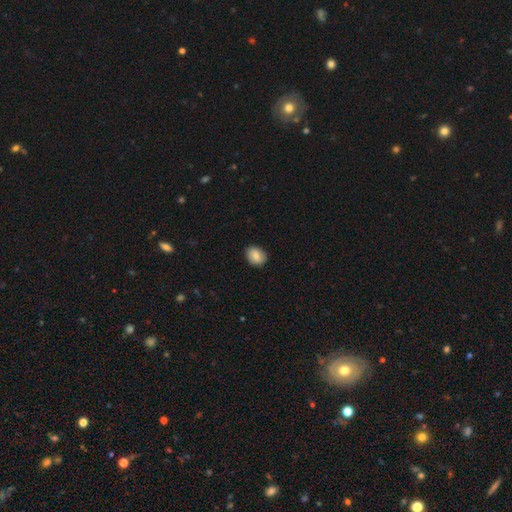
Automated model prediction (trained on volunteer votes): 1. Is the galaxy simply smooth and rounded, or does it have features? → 81% smooth, 12% featured or disk, 8% star or artifact.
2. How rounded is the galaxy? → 50% in between, 49% round, 1% cigar-shaped.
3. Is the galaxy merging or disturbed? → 86% none, 11% minor disturbance, 2% major disturbance, 1% merger.